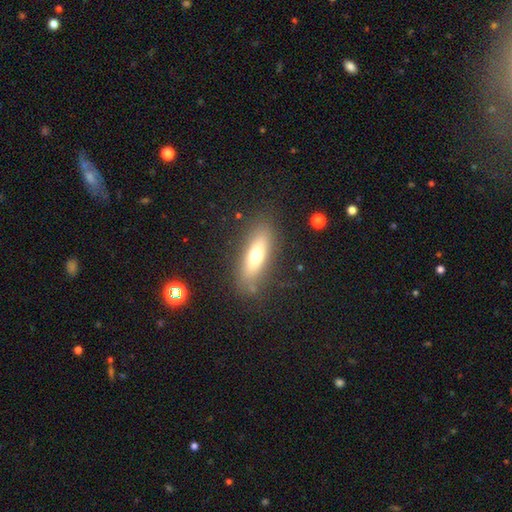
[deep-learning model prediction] Morphology: type=smooth (62%); roundness=cigar-shaped (50%); merging=none (81%).